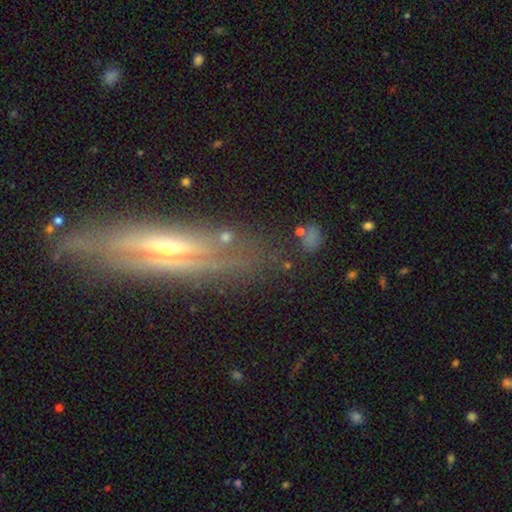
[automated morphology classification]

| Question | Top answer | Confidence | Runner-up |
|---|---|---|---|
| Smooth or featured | featured or disk | 74% | smooth (16%) |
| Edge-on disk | yes | 69% | no (31%) |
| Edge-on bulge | rounded | 81% | none (14%) |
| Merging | none | 72% | minor disturbance (17%) |